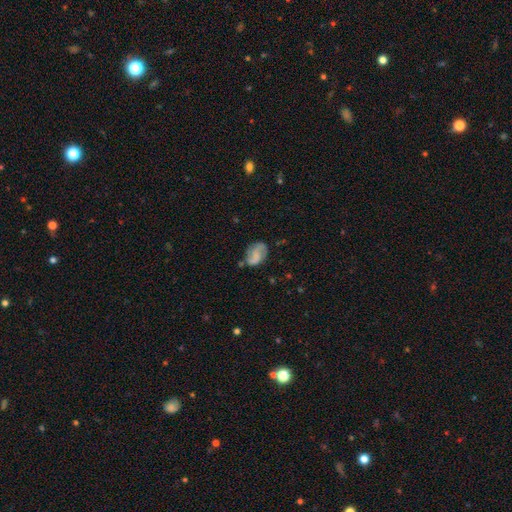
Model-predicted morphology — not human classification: Smooth or featured: featured or disk — 46% (smooth — 45%)
Merging: none — 59% (minor disturbance — 26%)